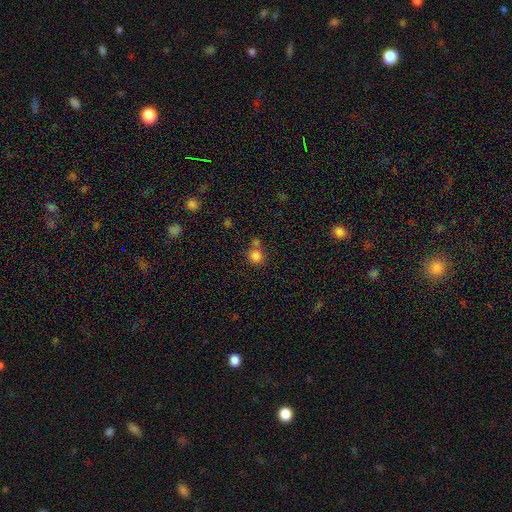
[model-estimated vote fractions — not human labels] Smooth or featured?
  - smooth: 83% *
  - star or artifact: 12%
  - featured or disk: 5%
How rounded?
  - round: 91% *
  - in between: 8%
  - cigar-shaped: 1%
Merging?
  - none: 64% *
  - merger: 24%
  - minor disturbance: 9%
  - major disturbance: 3%